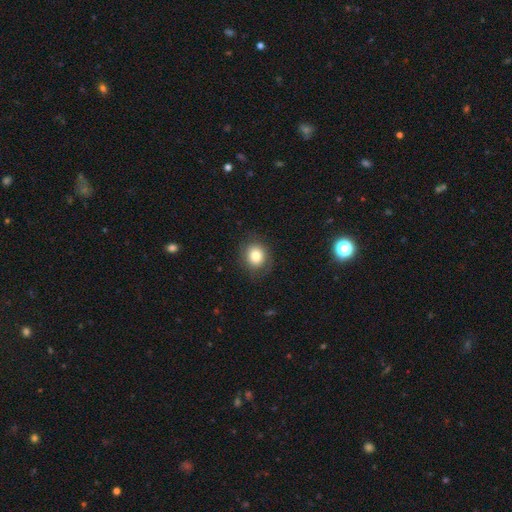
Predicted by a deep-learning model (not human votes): smooth 80%, featured or disk 11%, star or artifact 10%. Down the decision tree: how rounded — round (67%); merging — none (79%).